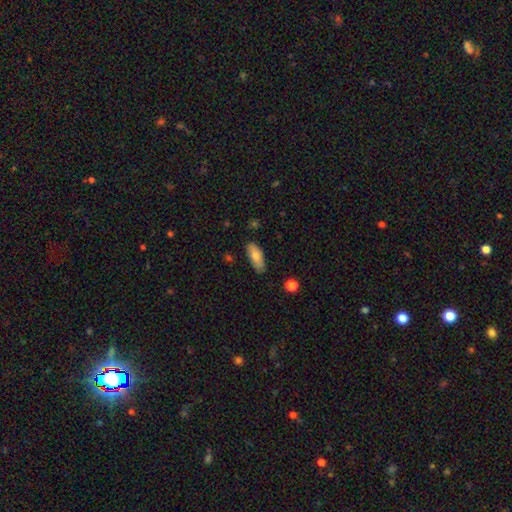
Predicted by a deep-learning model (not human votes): smooth_or_featured: smooth (p=0.82) [alt: featured or disk p=0.11]
how_rounded: in between (p=0.75) [alt: cigar-shaped p=0.23]
merging: none (p=0.82) [alt: minor disturbance p=0.14]